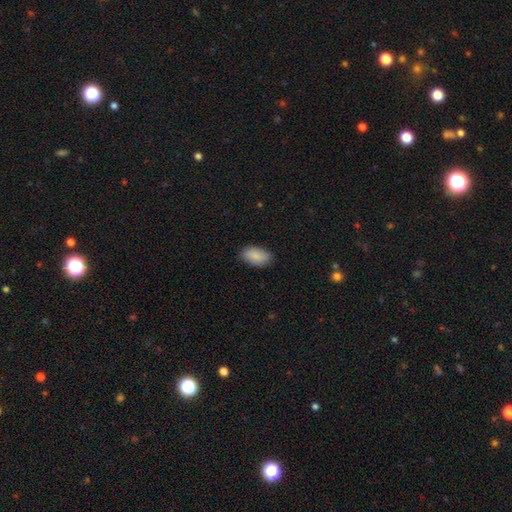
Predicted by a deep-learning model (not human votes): smooth 87%, featured or disk 7%, star or artifact 6%. Down the decision tree: how rounded — in between (93%); merging — none (84%).